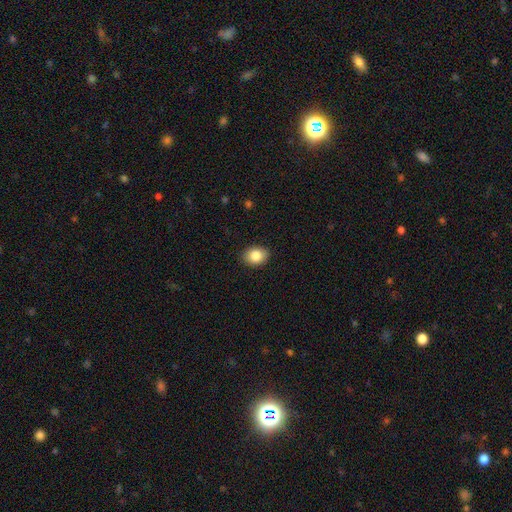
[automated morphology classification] type=smooth (85%); roundness=in between (65%); merging=none (89%).